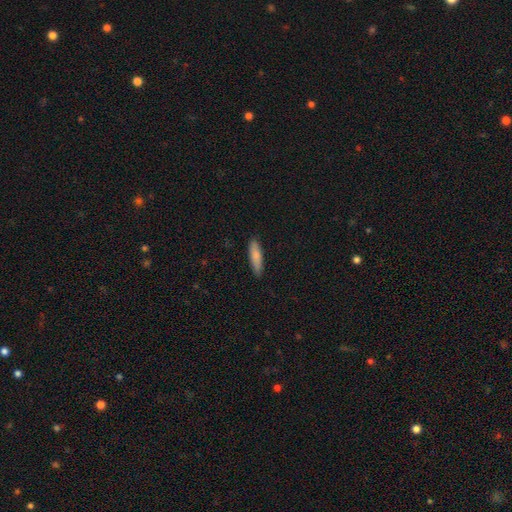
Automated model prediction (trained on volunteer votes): Morphology: type=smooth (81%); roundness=cigar-shaped (71%); merging=none (86%).